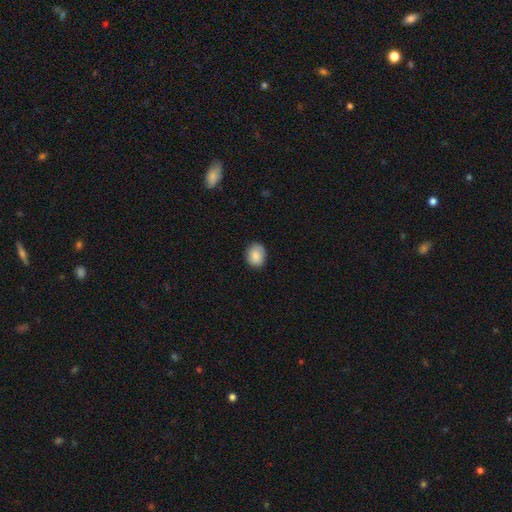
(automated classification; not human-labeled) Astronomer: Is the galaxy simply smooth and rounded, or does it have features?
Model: smooth — 87%.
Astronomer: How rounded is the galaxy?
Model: round — 62% (runner-up: in between, 37%).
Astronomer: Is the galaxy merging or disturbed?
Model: none — 84%.